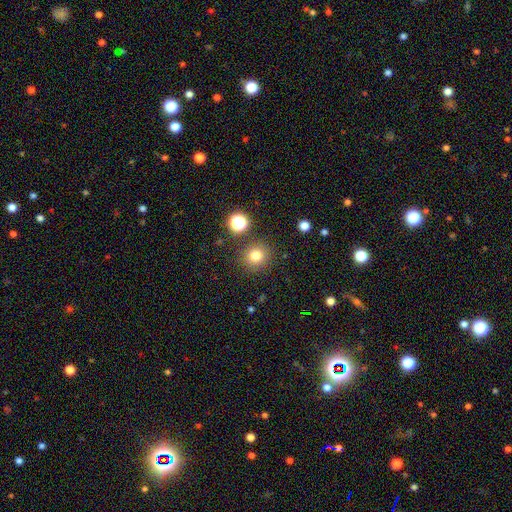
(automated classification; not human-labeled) smooth_or_featured: smooth (p=0.77) [alt: star or artifact p=0.15]
how_rounded: round (p=0.90) [alt: in between p=0.09]
merging: none (p=0.85) [alt: minor disturbance p=0.08]